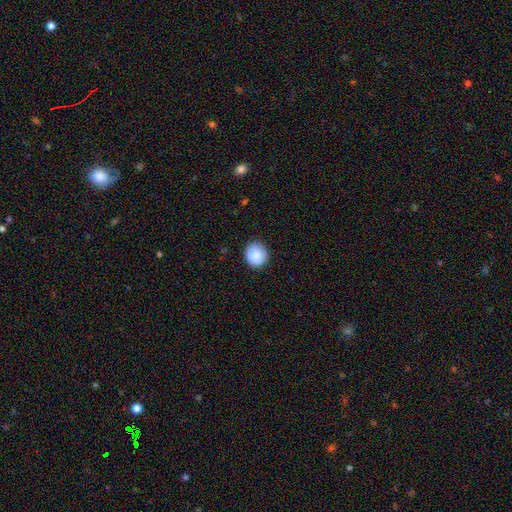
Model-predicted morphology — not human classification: Smooth or featured? Predicted: smooth (p=0.85). How rounded? Predicted: round (p=0.90). Merging? Predicted: none (p=0.86).